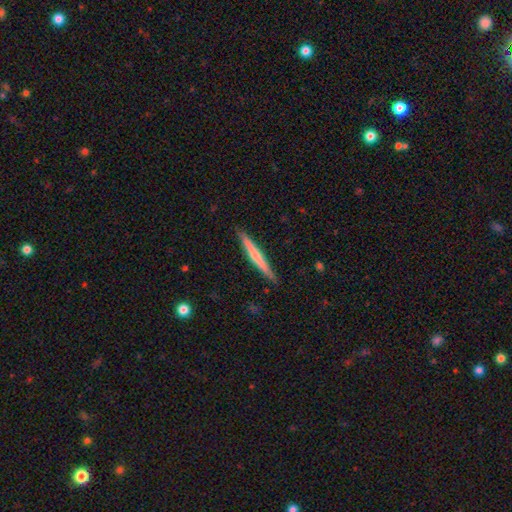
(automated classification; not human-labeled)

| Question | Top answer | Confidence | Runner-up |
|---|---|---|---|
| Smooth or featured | smooth | 51% | featured or disk (44%) |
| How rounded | cigar-shaped | 96% | in between (3%) |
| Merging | none | 89% | minor disturbance (9%) |